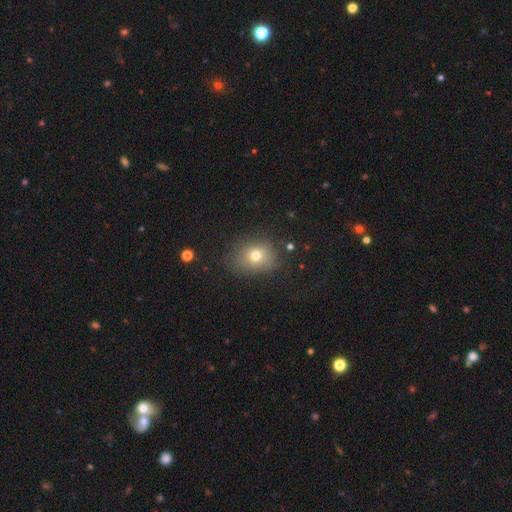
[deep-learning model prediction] This is likely a smooth galaxy (71%). How rounded: possibly round (54%). Merging: likely none (68%).